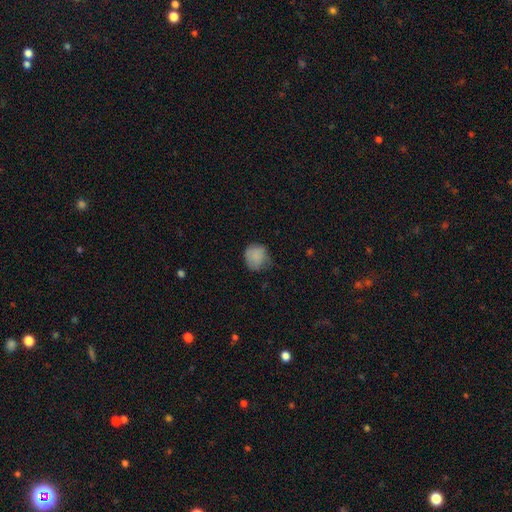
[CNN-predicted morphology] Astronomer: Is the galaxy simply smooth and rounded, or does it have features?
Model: smooth — 82%.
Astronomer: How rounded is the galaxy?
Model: round — 80%.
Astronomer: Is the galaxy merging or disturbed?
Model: none — 52% (runner-up: minor disturbance, 36%).